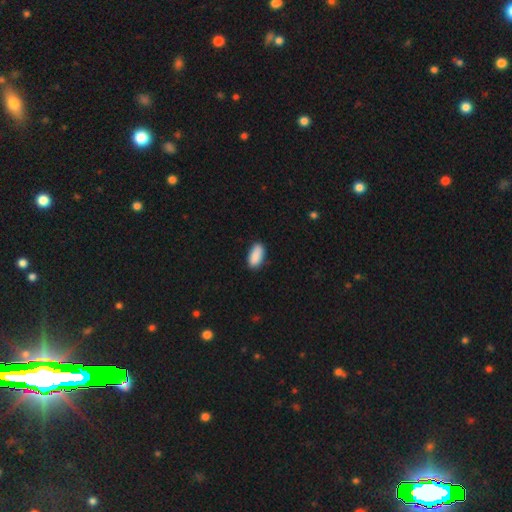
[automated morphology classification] smooth-or-featured: smooth: 90% | star or artifact: 7% | featured or disk: 4%
  how-rounded: in between: 92% | cigar-shaped: 6% | round: 2%
  merging: none: 85% | minor disturbance: 12% | major disturbance: 2% | merger: 1%